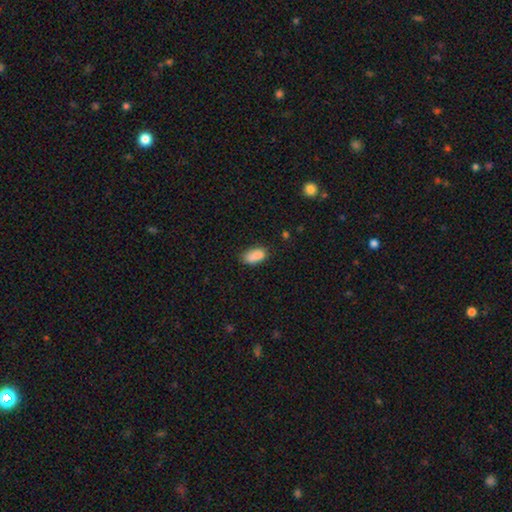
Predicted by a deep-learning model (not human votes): Smooth or featured?
  - smooth: 87% *
  - star or artifact: 8%
  - featured or disk: 4%
How rounded?
  - in between: 90% *
  - cigar-shaped: 6%
  - round: 4%
Merging?
  - none: 71% *
  - minor disturbance: 22%
  - major disturbance: 4%
  - merger: 3%